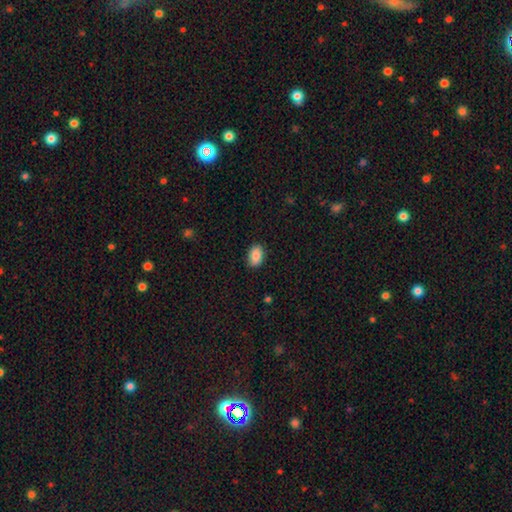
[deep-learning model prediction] smooth-or-featured: smooth: 87% | star or artifact: 7% | featured or disk: 6%
  how-rounded: in between: 86% | round: 13% | cigar-shaped: 1%
  merging: none: 88% | minor disturbance: 9% | major disturbance: 2% | merger: 1%